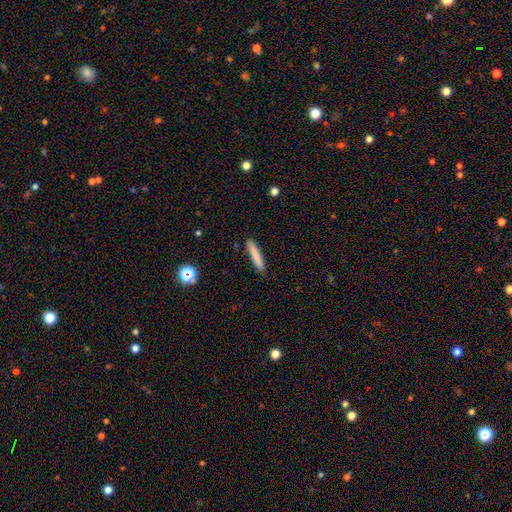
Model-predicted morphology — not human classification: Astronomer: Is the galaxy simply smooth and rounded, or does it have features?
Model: smooth — 82%.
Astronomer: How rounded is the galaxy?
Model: cigar-shaped — 92%.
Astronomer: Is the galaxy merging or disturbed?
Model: none — 88%.